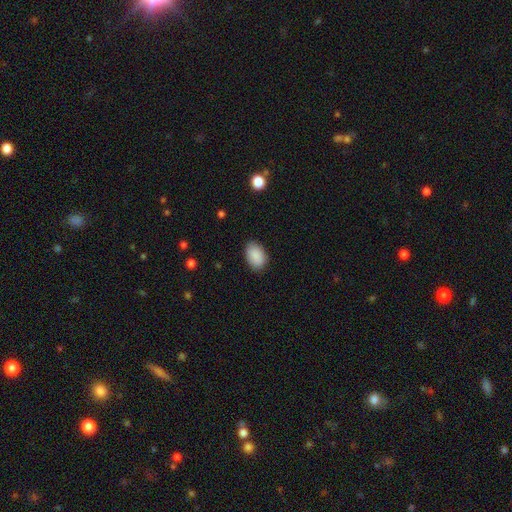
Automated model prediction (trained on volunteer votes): This is clearly a smooth galaxy (90%). How rounded: clearly in between (89%). Merging: clearly none (84%).